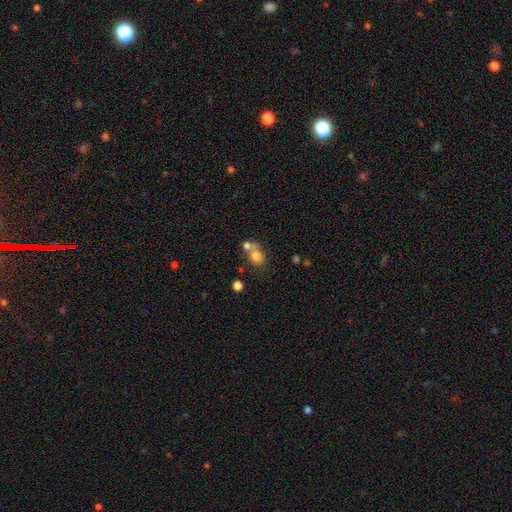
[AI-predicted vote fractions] smooth_or_featured: smooth (p=0.74) [alt: featured or disk p=0.14]
how_rounded: round (p=0.58) [alt: in between p=0.41]
merging: merger (p=0.46) [alt: none p=0.38]